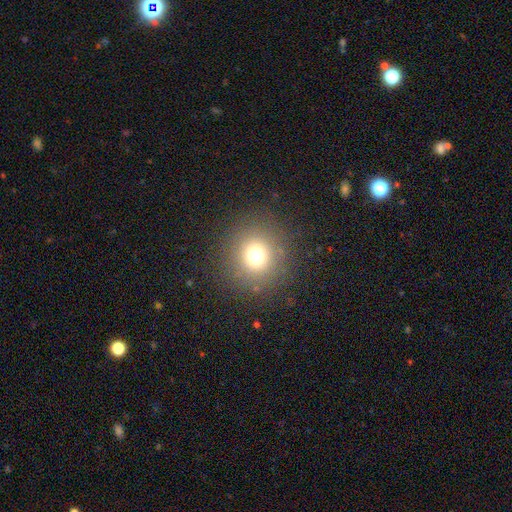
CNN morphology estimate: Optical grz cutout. It shows a smooth galaxy with no disk features (71%) that is round (93%). Merging: none (87%).